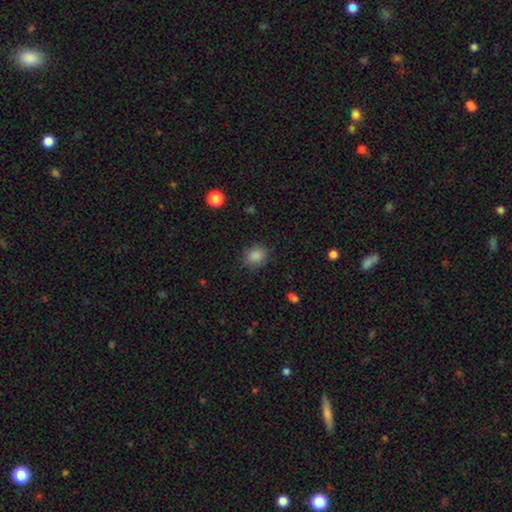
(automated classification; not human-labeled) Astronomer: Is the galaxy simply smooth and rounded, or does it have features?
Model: smooth — 86%.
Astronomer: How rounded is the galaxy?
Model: round — 69%.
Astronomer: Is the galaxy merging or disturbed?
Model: none — 86%.